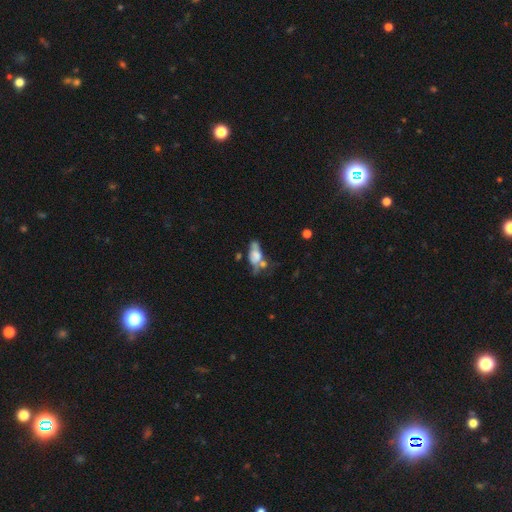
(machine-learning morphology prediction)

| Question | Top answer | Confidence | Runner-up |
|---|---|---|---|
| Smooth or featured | smooth | 51% | featured or disk (38%) |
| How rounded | in between | 81% | cigar-shaped (12%) |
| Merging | merger | 33% | none (25%) |